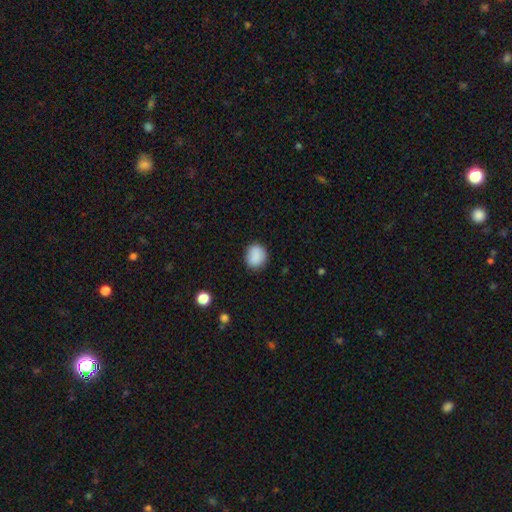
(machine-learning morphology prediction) A smooth galaxy with no disk features (87%) that is round (69%).

Vote fractions:
- Smooth or featured? smooth: 87% / star or artifact: 8% / featured or disk: 4%
- How rounded? round: 69% / in between: 30% / cigar-shaped: 1%
- Merging? none: 82% / minor disturbance: 13% / major disturbance: 3% / merger: 2%